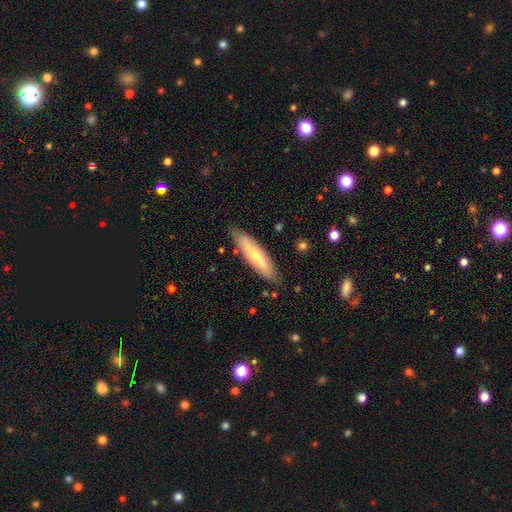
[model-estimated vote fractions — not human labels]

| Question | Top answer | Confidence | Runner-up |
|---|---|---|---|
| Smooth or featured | smooth | 52% | featured or disk (43%) |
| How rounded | cigar-shaped | 72% | in between (26%) |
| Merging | none | 82% | minor disturbance (14%) |